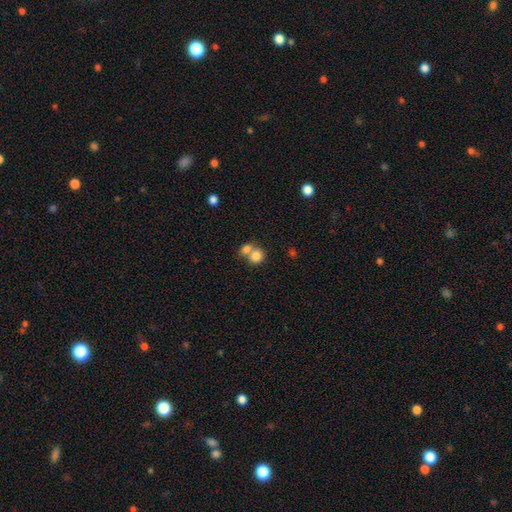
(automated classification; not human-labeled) Smooth or featured? smooth (80%)
How rounded? round (74%)
Merging? merger (56%)